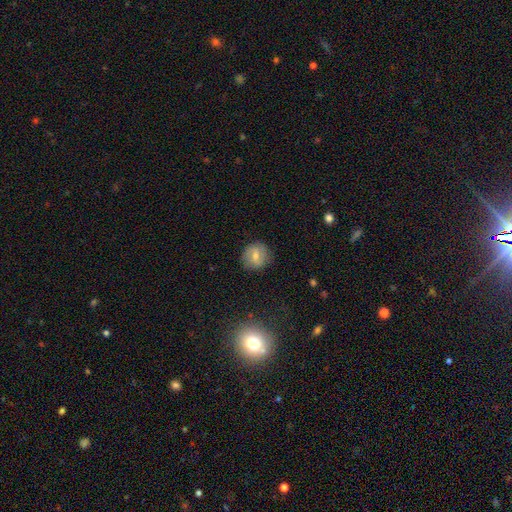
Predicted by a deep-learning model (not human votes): smooth 57%, featured or disk 33%, star or artifact 9%. Down the decision tree: how rounded — round (83%); merging — none (83%).